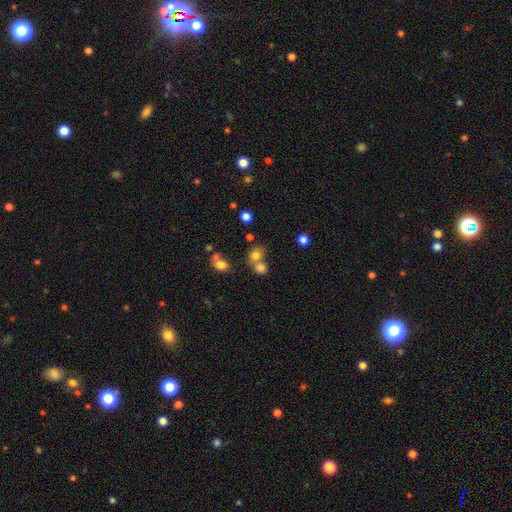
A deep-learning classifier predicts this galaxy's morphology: smooth 76%, star or artifact 14%, featured or disk 10%. Down the decision tree: how rounded — round (74%); merging — none (46%).